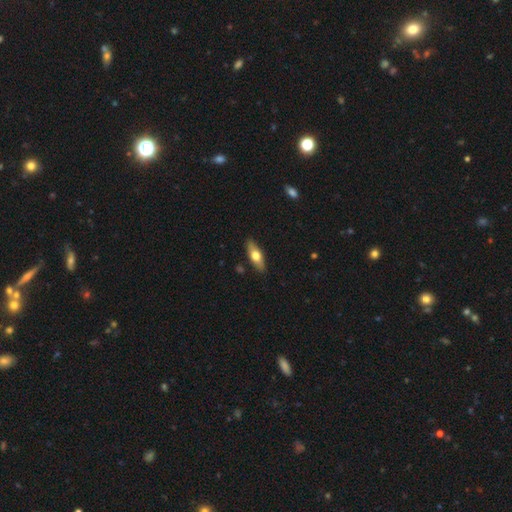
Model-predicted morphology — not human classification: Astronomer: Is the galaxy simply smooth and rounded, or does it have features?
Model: smooth — 56% (runner-up: featured or disk, 38%).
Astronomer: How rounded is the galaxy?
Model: in between — 62%.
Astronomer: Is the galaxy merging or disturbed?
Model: none — 88%.